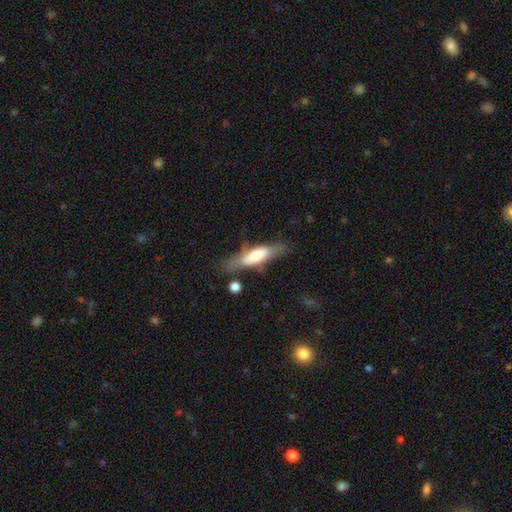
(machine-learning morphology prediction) This is possibly a smooth galaxy (53%). How rounded: likely cigar-shaped (64%). Merging: likely none (61%).